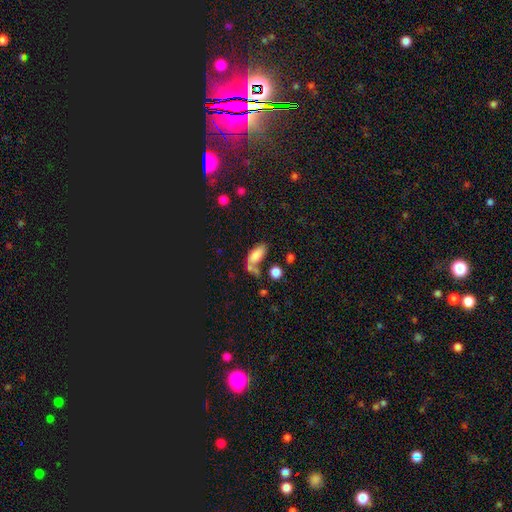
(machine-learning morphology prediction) A smooth galaxy with no disk features (73%) that is in between round and cigar-shaped (86%).

Vote fractions:
- Smooth or featured? smooth: 73% / featured or disk: 17% / star or artifact: 10%
- How rounded? in between: 86% / cigar-shaped: 10% / round: 4%
- Merging? none: 35% / merger: 30% / minor disturbance: 19% / major disturbance: 16%